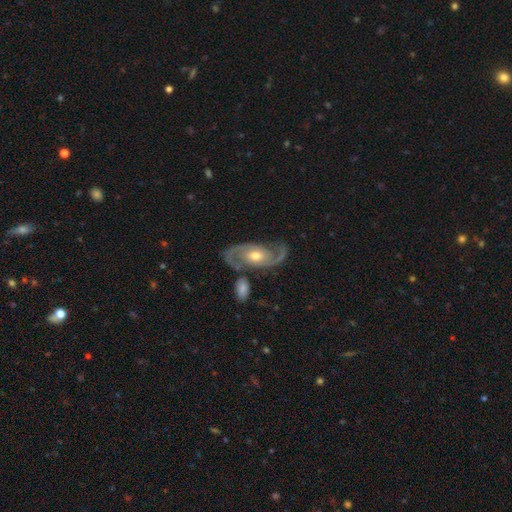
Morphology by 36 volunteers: This appears to be a featured or disk galaxy (94%) with no bar (81%), 2 (97%) tight (67%) spiral arms (97%) and a moderate central bulge (77%). Merging: none (77%).